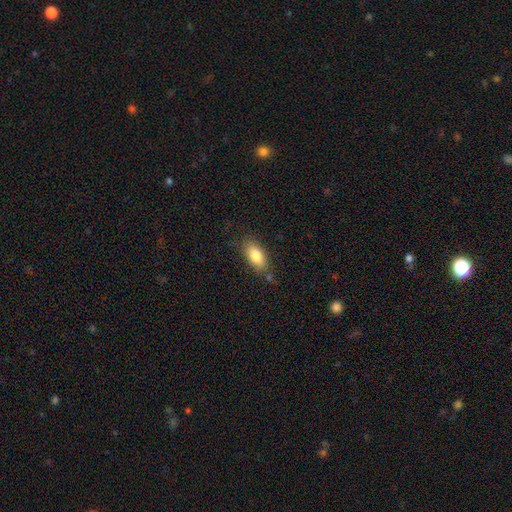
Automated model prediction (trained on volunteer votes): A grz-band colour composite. It shows a smooth galaxy with no disk features (82%) that is in between round and cigar-shaped (88%). Merging: none (76%).